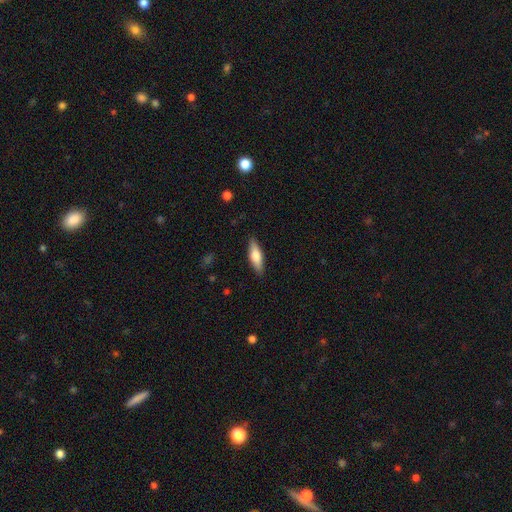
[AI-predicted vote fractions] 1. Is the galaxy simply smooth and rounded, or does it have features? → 65% smooth, 29% featured or disk, 6% star or artifact.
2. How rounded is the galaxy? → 49% cigar-shaped (tied), 49% in between (tied), 2% round.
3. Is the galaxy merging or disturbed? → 88% none, 9% minor disturbance, 2% major disturbance, 1% merger.